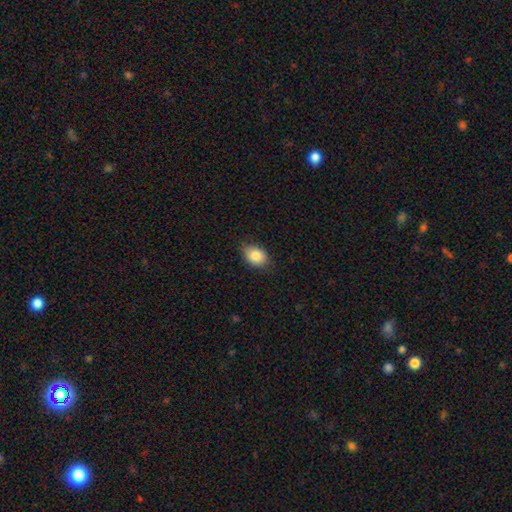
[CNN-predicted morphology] This is clearly a smooth galaxy (85%). How rounded: likely in between (74%). Merging: clearly none (81%).